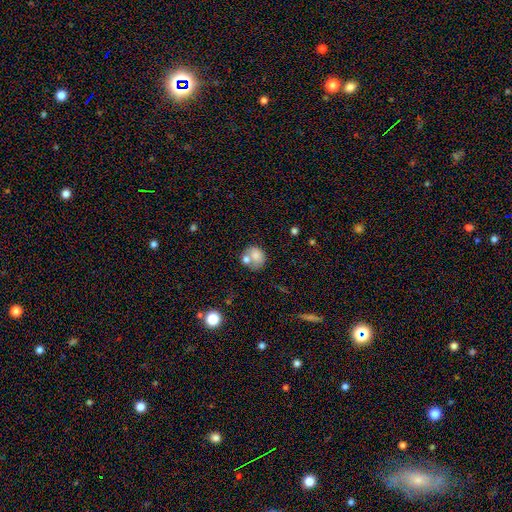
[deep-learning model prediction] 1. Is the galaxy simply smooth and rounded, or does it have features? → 74% smooth, 17% featured or disk, 10% star or artifact.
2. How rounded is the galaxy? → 69% round, 30% in between, 1% cigar-shaped.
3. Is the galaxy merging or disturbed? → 42% none, 36% merger, 15% minor disturbance, 7% major disturbance.